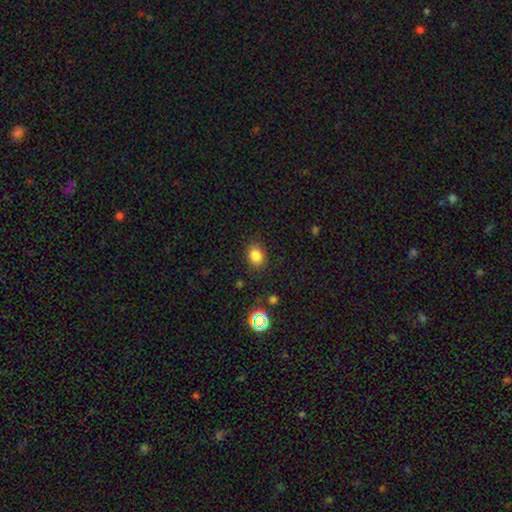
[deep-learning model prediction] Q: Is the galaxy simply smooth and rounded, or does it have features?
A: smooth — 81%.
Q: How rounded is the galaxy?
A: in between — 61%.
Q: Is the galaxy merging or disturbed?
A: none — 85%.